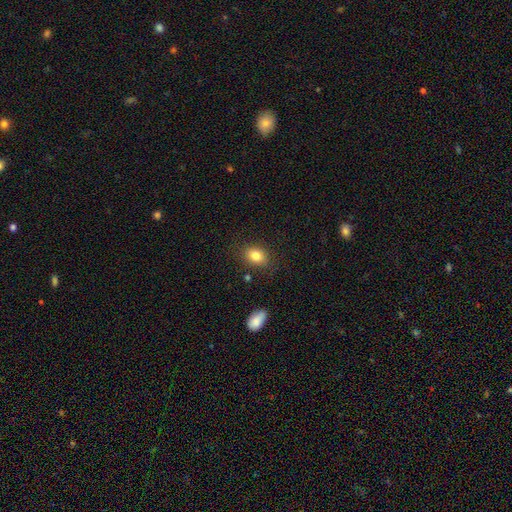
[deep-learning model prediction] Smooth or featured? smooth (83%)
How rounded? in between (69%)
Merging? none (83%)